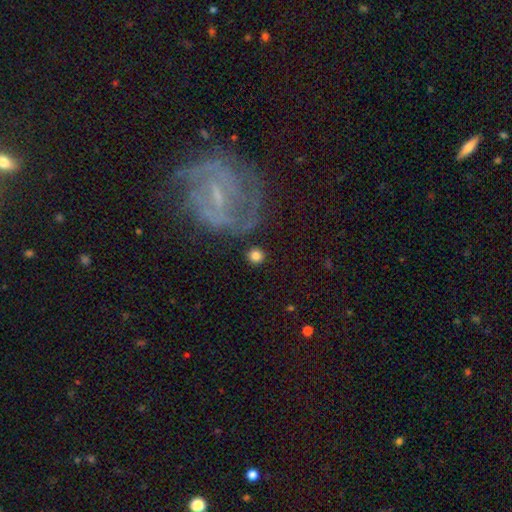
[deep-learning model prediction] Smooth or featured: smooth — 80% (star or artifact — 11%)
How rounded: round — 91% (in between — 8%)
Merging: none — 87% (minor disturbance — 6%)